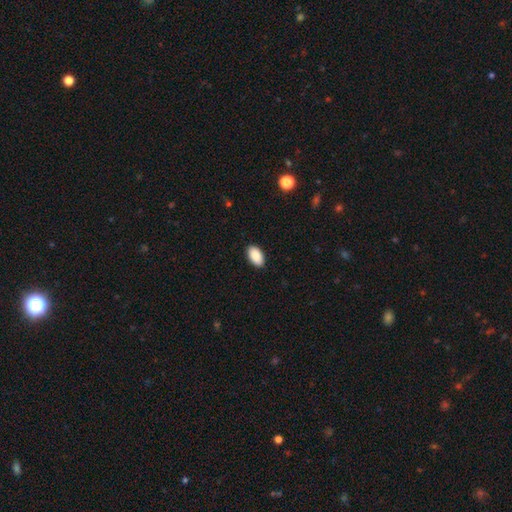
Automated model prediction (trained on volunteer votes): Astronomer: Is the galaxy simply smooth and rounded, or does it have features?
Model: smooth — 89%.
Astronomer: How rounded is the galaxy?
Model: in between — 95%.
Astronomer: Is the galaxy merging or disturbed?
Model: none — 89%.